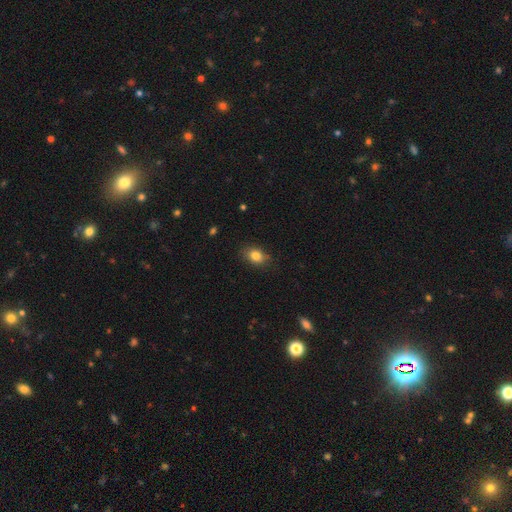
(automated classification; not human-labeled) Smooth or featured? Predicted: smooth (p=0.81). How rounded? Predicted: in between (p=0.71). Merging? Predicted: none (p=0.79).